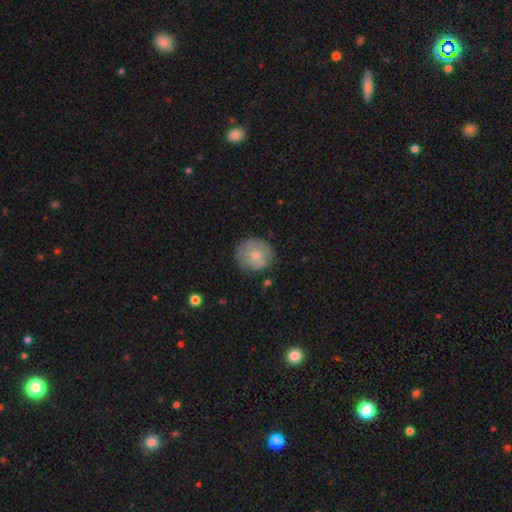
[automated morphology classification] A smooth galaxy with no disk features (54%) that is round (85%).

Vote fractions:
- Smooth or featured? smooth: 54% / featured or disk: 38% / star or artifact: 8%
- How rounded? round: 85% / in between: 14% / cigar-shaped: 1%
- Merging? none: 74% / minor disturbance: 19% / major disturbance: 4% / merger: 2%